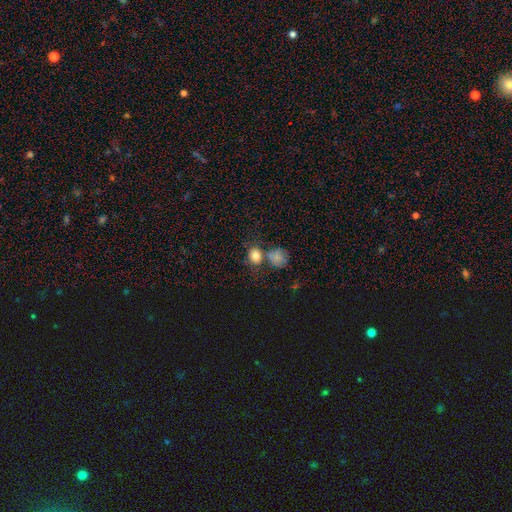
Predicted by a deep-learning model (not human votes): A smooth galaxy with no disk features (81%) that is round (67%).

Vote fractions:
- Smooth or featured? smooth: 81% / star or artifact: 11% / featured or disk: 8%
- How rounded? round: 67% / in between: 31% / cigar-shaped: 1%
- Merging? none: 52% / merger: 30% / minor disturbance: 12% / major disturbance: 5%